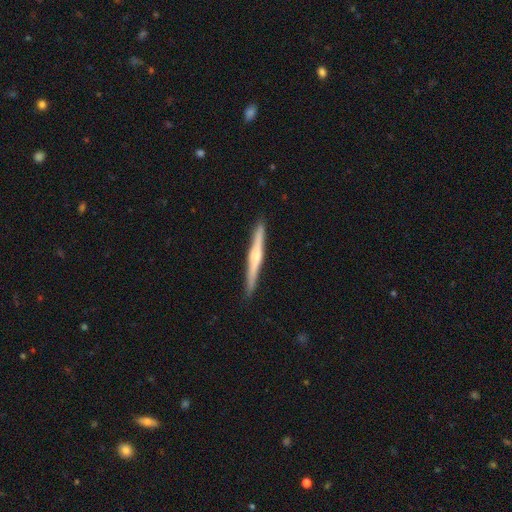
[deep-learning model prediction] featured or disk 62%, smooth 32%, star or artifact 5%. Down the decision tree: edge-on disk — yes (98%); edge-on bulge — rounded (64%); merging — none (91%).